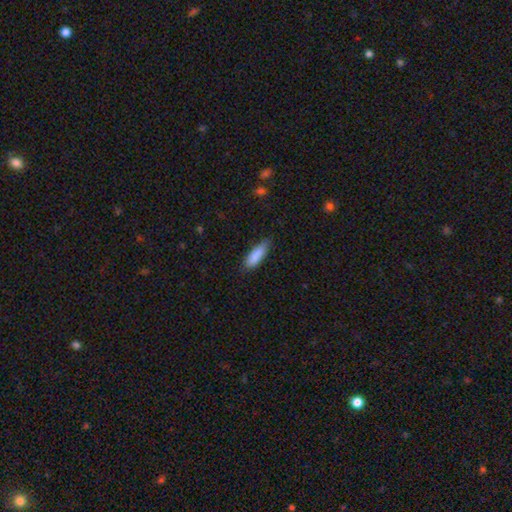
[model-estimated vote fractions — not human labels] Smooth or featured? Predicted: smooth (p=0.87). How rounded? Predicted: in between (p=0.54). Merging? Predicted: none (p=0.75).